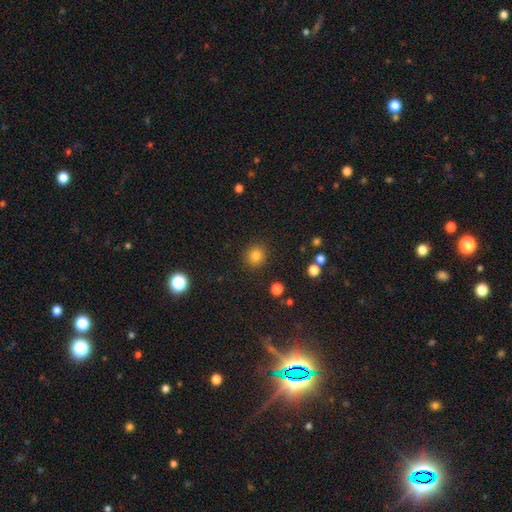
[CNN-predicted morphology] Smooth or featured: smooth — 82% (star or artifact — 13%)
How rounded: round — 88% (in between — 11%)
Merging: none — 90% (minor disturbance — 6%)